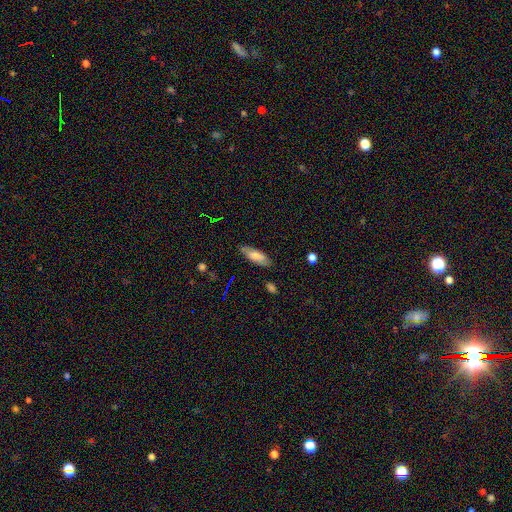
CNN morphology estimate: Smooth or featured? Predicted: smooth (p=0.67). How rounded? Predicted: in between (p=0.68). Merging? Predicted: none (p=0.78).